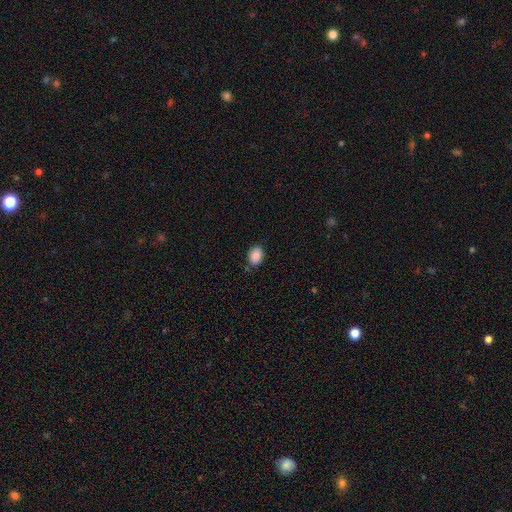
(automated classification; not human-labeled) Q: Smooth or featured?
A: smooth (88%); runner-up: star or artifact (8%)
Q: How rounded?
A: in between (74%); runner-up: round (25%)
Q: Merging?
A: none (81%); runner-up: minor disturbance (14%)